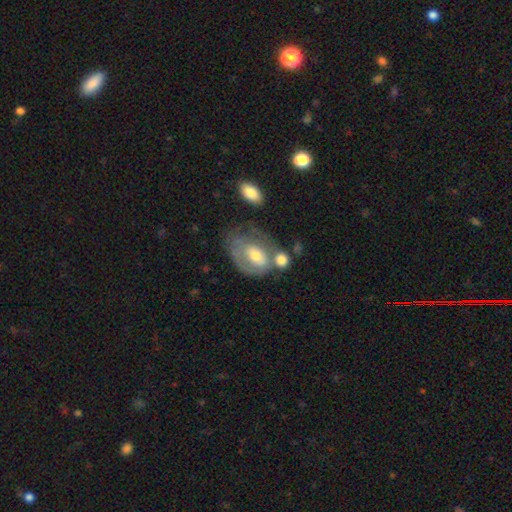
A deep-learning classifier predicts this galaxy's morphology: A featured or disk galaxy (51%).

Vote fractions:
- Smooth or featured? featured or disk: 51% / smooth: 42% / star or artifact: 7%
- Edge-on disk? no: 93% / yes: 7%
- Merging? none: 31% / merger: 24% / minor disturbance: 22% / major disturbance: 22%